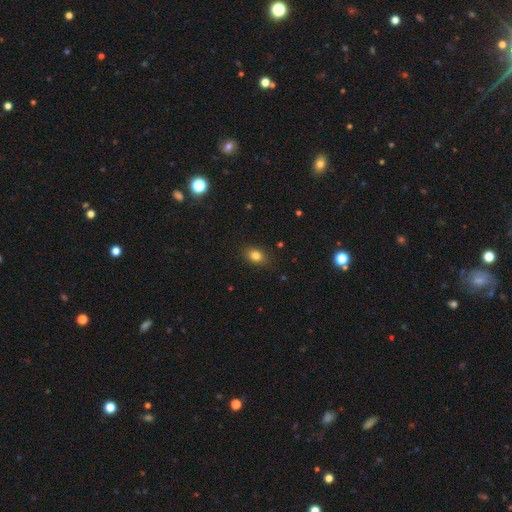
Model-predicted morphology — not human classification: Overall: smooth (82%). How rounded: in between (72%). Merging: none (85%).